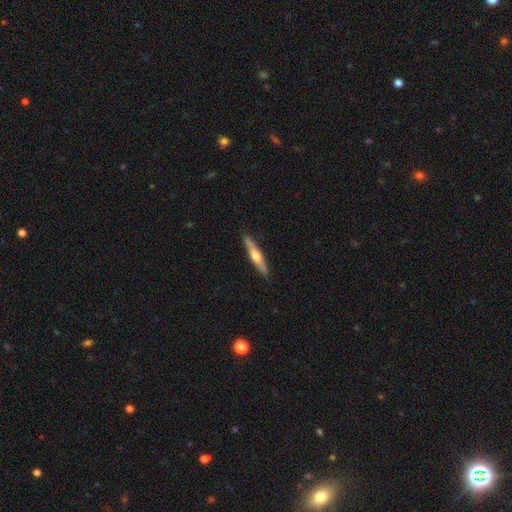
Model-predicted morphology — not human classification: Smooth or featured? featured or disk (58%)
Edge-on disk? yes (95%)
Edge-on bulge? rounded (91%)
Merging? none (90%)